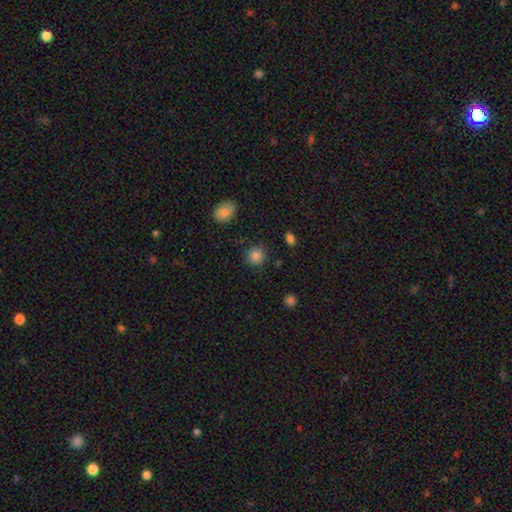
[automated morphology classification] This appears to be a smooth galaxy with no disk features (84%) that is round (89%). Merging: none (85%).